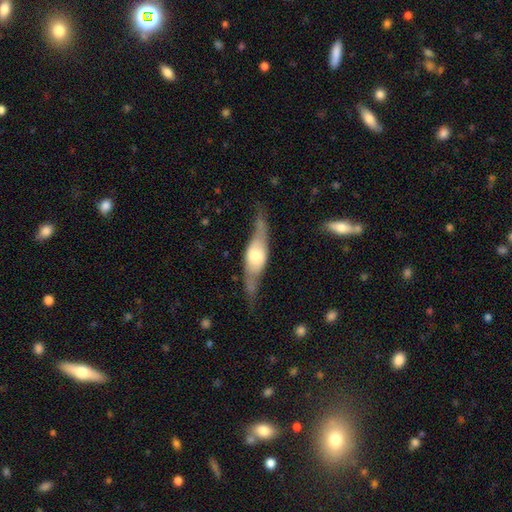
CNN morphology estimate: Q: Smooth or featured?
A: featured or disk (70%); runner-up: smooth (25%)
Q: Edge-on disk?
A: yes (76%); runner-up: no (24%)
Q: Edge-on bulge?
A: rounded (86%); runner-up: boxy (11%)
Q: Merging?
A: none (66%); runner-up: minor disturbance (22%)